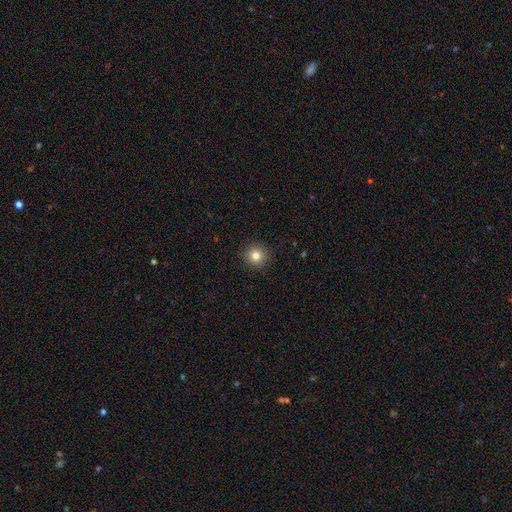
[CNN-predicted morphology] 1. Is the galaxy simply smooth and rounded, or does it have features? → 83% smooth, 11% star or artifact, 6% featured or disk.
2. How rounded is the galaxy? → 94% round, 5% in between, 1% cigar-shaped.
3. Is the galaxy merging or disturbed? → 92% none, 5% minor disturbance, 2% major disturbance, 1% merger.